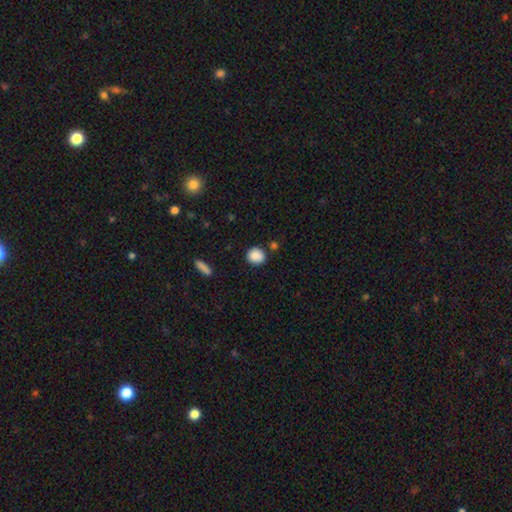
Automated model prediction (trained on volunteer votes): This is clearly a smooth galaxy (88%). How rounded: clearly round (84%). Merging: clearly none (82%).